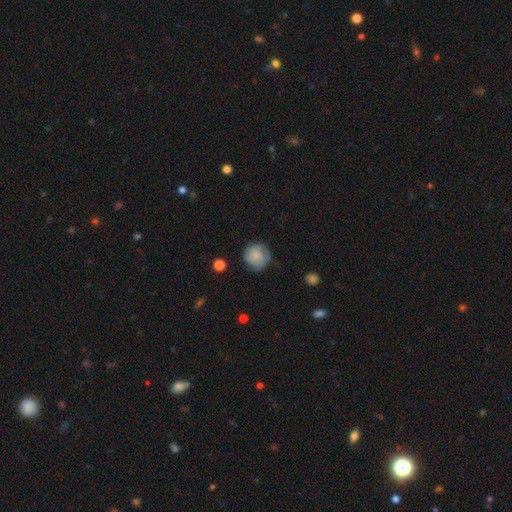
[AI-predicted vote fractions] This appears to be a smooth galaxy with no disk features (68%) that is round (90%). Merging: none (68%).